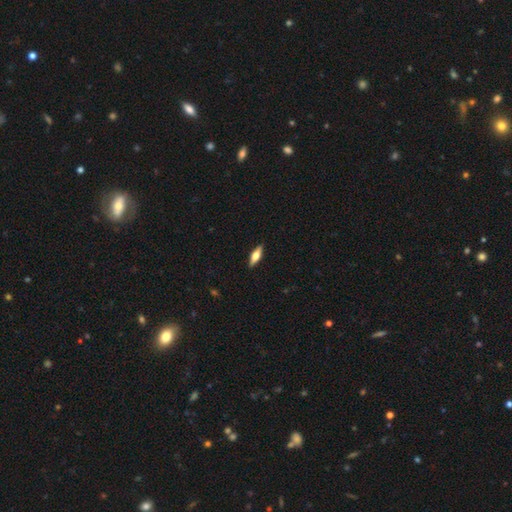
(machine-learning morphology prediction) Smooth or featured?
  - featured or disk: 50% *
  - smooth: 44%
  - star or artifact: 6%
Merging?
  - none: 90% *
  - minor disturbance: 8%
  - major disturbance: 2%
  - merger: 1%